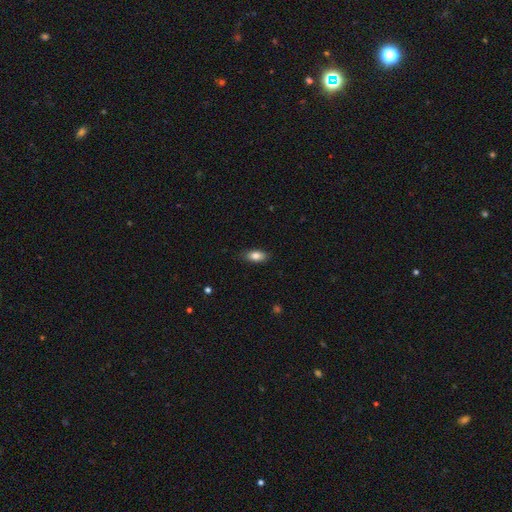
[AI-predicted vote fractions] A smooth galaxy with no disk features (83%) that is in between round and cigar-shaped (86%). Merging: none (83%).